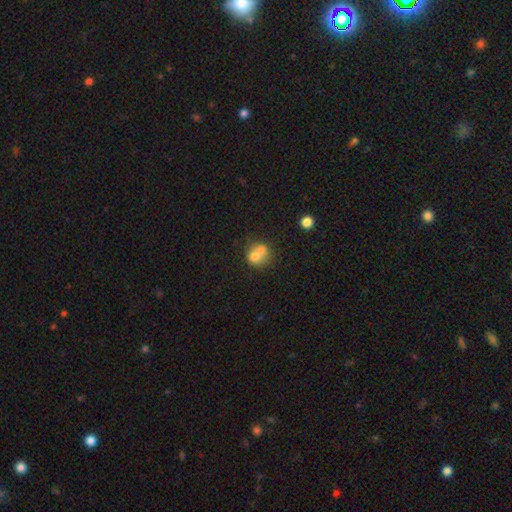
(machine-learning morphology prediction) This is likely a smooth galaxy (69%). How rounded: likely round (79%). Merging: possibly merger (58%).